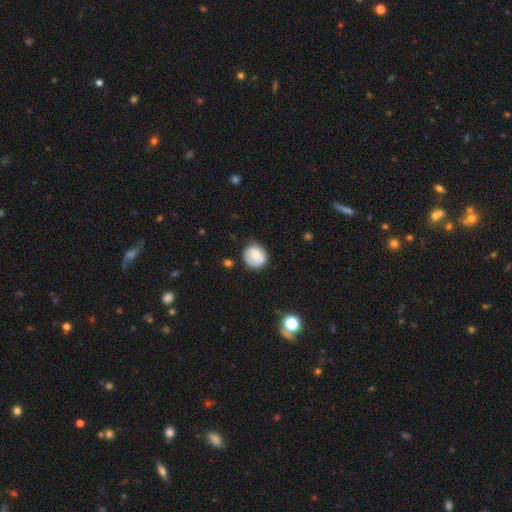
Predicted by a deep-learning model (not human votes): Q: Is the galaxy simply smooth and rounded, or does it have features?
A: smooth — 72%.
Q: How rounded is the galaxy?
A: round — 84%.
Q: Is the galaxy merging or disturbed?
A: none — 71%.